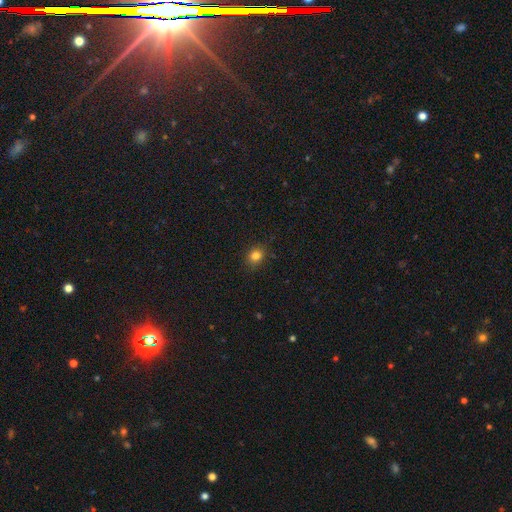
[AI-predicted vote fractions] Q: Smooth or featured?
A: smooth (82%); runner-up: star or artifact (13%)
Q: How rounded?
A: round (69%); runner-up: in between (30%)
Q: Merging?
A: none (86%); runner-up: minor disturbance (10%)